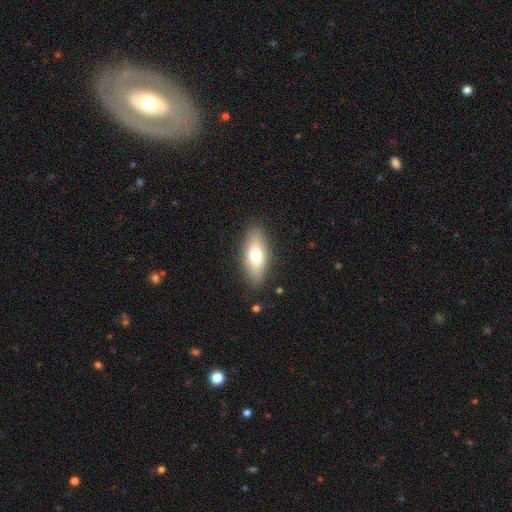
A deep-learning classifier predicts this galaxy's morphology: type=smooth (70%); roundness=in between (74%); merging=none (86%).